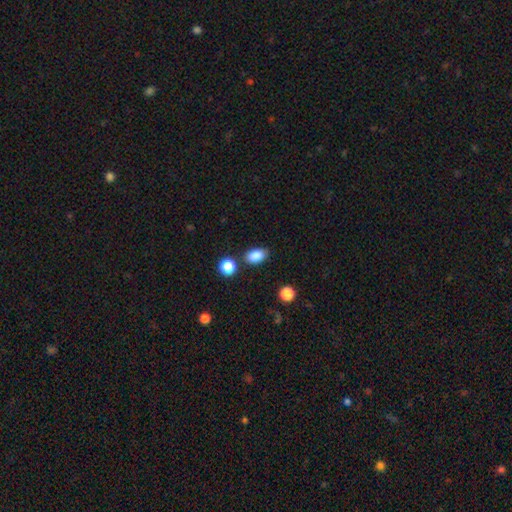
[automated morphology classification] Smooth or featured? Predicted: smooth (p=0.87). How rounded? Predicted: in between (p=0.89). Merging? Predicted: none (p=0.80).